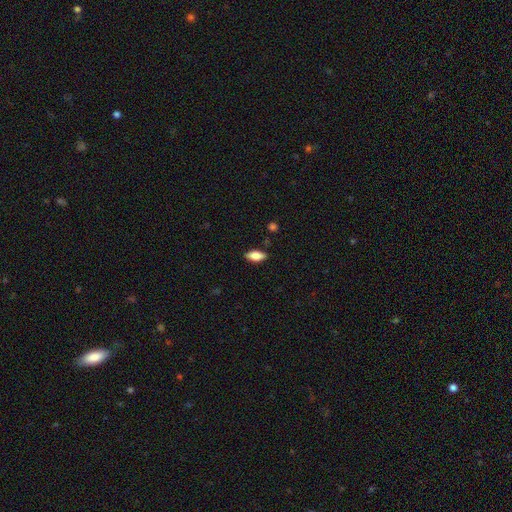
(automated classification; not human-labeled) smooth-or-featured: smooth: 83% | featured or disk: 10% | star or artifact: 7%
  how-rounded: in between: 86% | cigar-shaped: 11% | round: 2%
  merging: none: 86% | minor disturbance: 11% | major disturbance: 2% | merger: 1%